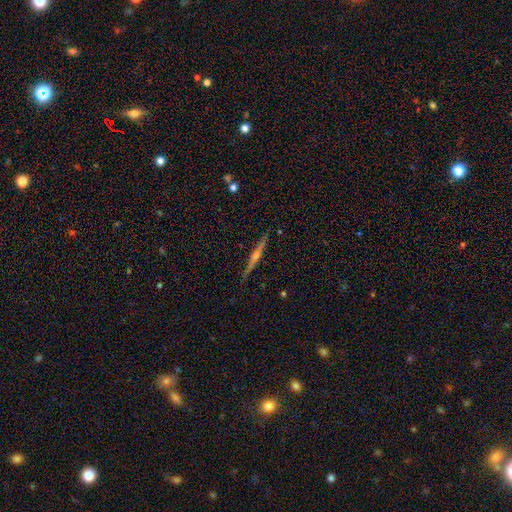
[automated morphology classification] featured or disk 78%, smooth 16%, star or artifact 6%. Down the decision tree: edge-on disk — yes (98%); edge-on bulge — rounded (83%); merging — none (90%).